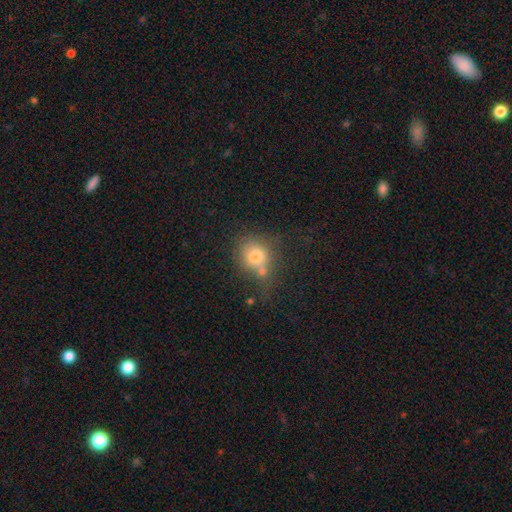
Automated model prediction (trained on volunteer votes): Overall: smooth (75%). How rounded: round (79%). Merging: none (43%; merger 31%).